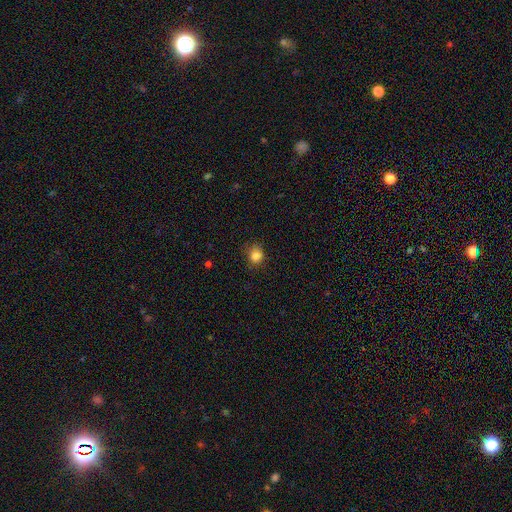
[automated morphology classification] Smooth or featured: smooth — 84% (star or artifact — 12%)
How rounded: round — 73% (in between — 26%)
Merging: none — 75% (minor disturbance — 19%)